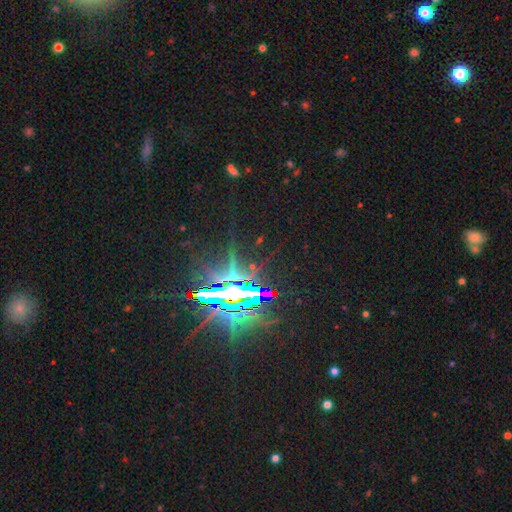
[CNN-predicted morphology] smooth_or_featured: star or artifact (p=0.84) [alt: featured or disk p=0.09]